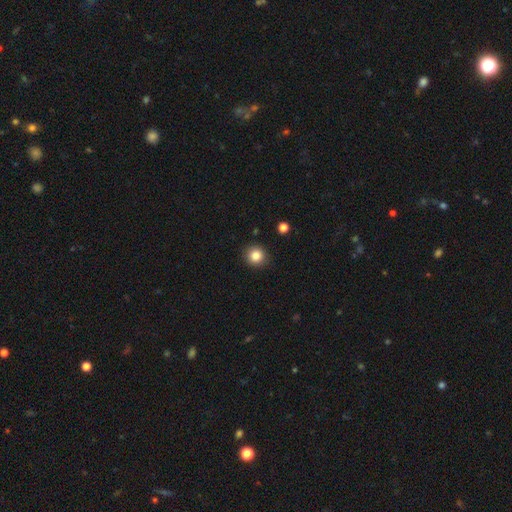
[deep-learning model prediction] A smooth galaxy with no disk features (84%) that is round (90%).

Vote fractions:
- Smooth or featured? smooth: 84% / star or artifact: 11% / featured or disk: 5%
- How rounded? round: 90% / in between: 9% / cigar-shaped: 1%
- Merging? none: 91% / minor disturbance: 6% / major disturbance: 2% / merger: 1%